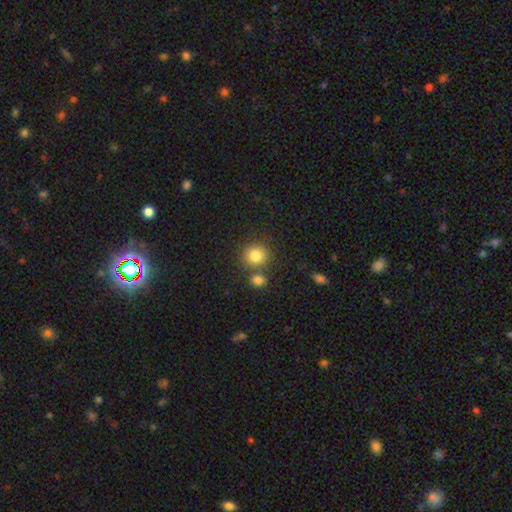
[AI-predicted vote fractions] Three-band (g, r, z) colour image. It shows a smooth galaxy with no disk features (83%) that is round (84%). Merging: none (67%).